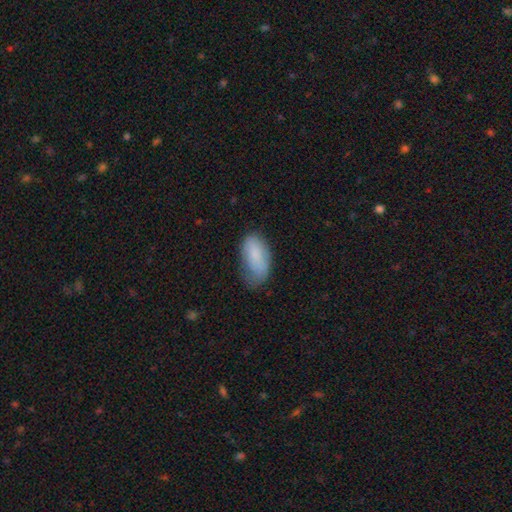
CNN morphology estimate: The model was most divided on "merging": none: 47%, minor disturbance: 38%, major disturbance: 13%, merger: 2%. More confident: how rounded — in between (94%); smooth or featured — smooth (82%).